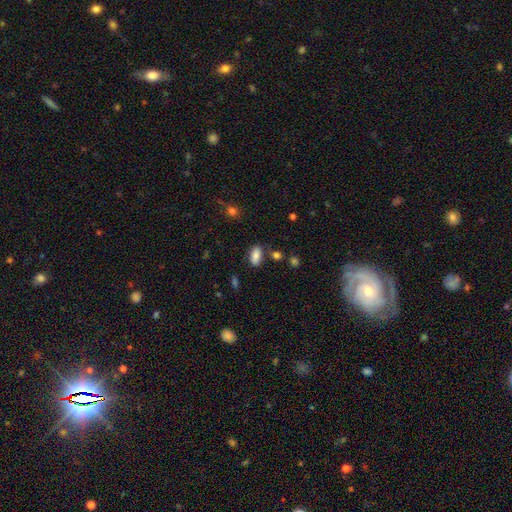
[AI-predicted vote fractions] Q: Smooth or featured?
A: smooth (83%); runner-up: star or artifact (9%)
Q: How rounded?
A: in between (91%); runner-up: cigar-shaped (5%)
Q: Merging?
A: none (78%); runner-up: minor disturbance (13%)